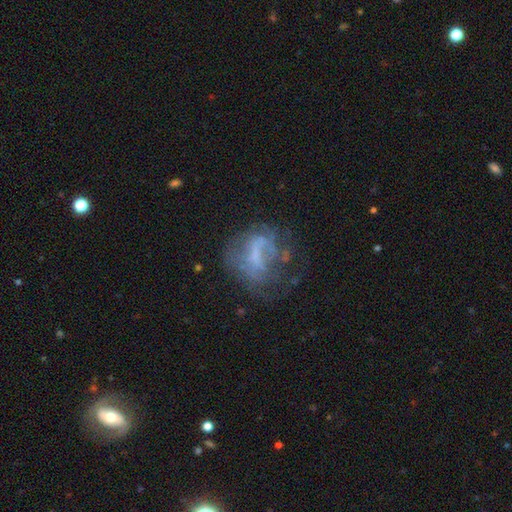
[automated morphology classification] Smooth or featured?
  - featured or disk: 58% *
  - smooth: 27%
  - star or artifact: 15%
Edge-on disk?
  - no: 97% *
  - yes: 3%
Bar?
  - no: 60% *
  - weak: 28%
  - strong: 13%
Spiral arms?
  - no: 72% *
  - yes: 28%
Bulge size?
  - none: 59% *
  - small: 20%
  - moderate: 15%
  - large: 4%
  - dominant: 1%
Merging?
  - none: 42% *
  - major disturbance: 33%
  - minor disturbance: 20%
  - merger: 5%